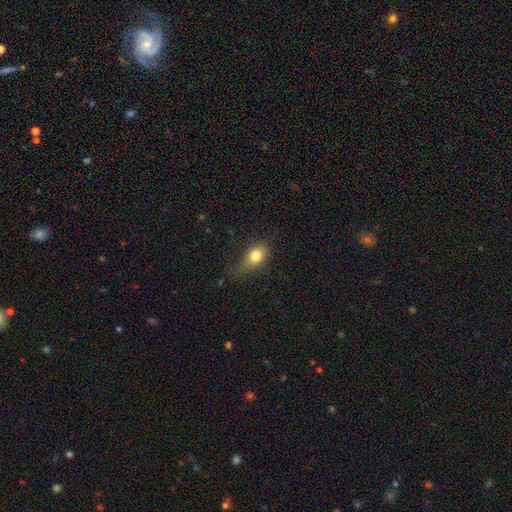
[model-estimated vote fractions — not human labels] Smooth or featured? smooth (77%)
How rounded? in between (77%)
Merging? none (60%)